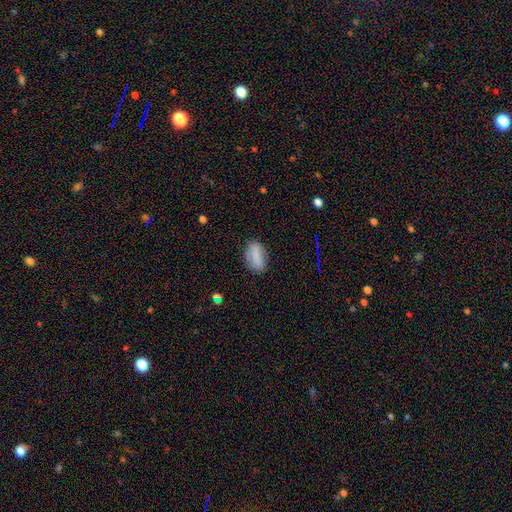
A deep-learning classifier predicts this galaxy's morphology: Smooth or featured?
  - smooth: 78% *
  - featured or disk: 14%
  - star or artifact: 8%
How rounded?
  - in between: 88% *
  - round: 6%
  - cigar-shaped: 5%
Merging?
  - none: 77% *
  - minor disturbance: 17%
  - major disturbance: 4%
  - merger: 2%